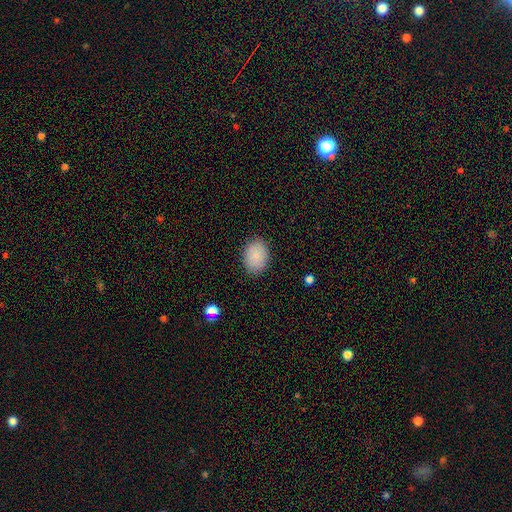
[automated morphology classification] A smooth galaxy with no disk features (85%) that is in between round and cigar-shaped (82%). Merging: none (85%).